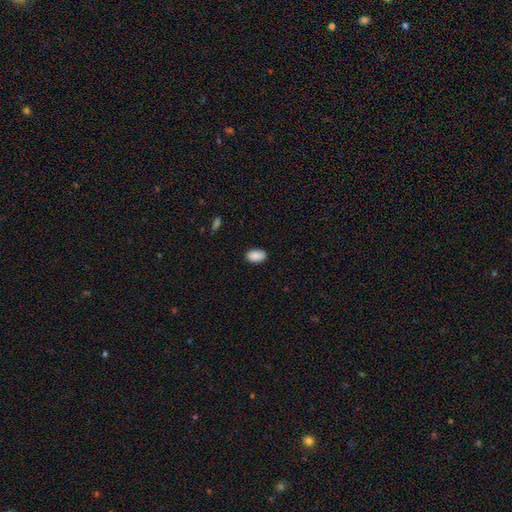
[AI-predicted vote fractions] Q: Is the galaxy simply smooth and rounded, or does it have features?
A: smooth — 90%.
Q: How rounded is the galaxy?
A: in between — 92%.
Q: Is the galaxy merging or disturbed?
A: none — 87%.